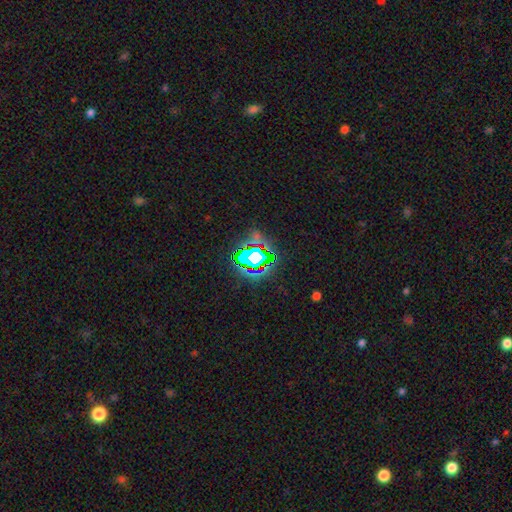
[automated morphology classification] This appears to be a star or artifact, not a galaxy (65%).